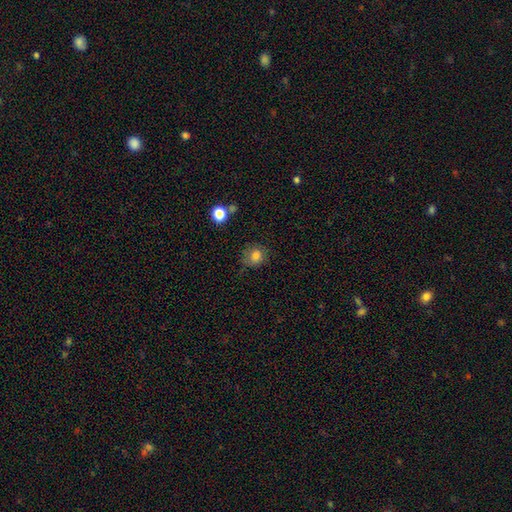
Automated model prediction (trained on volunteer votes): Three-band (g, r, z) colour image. It shows a smooth galaxy with no disk features (81%) that is round (80%). Merging: none (68%).